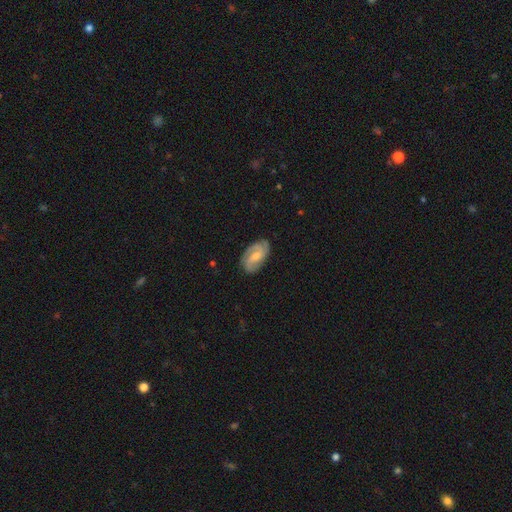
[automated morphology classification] This is likely a featured or disk galaxy (75%). It is clearly not viewed edge-on (96%). Bar: possibly weak (47%). Spiral arm pattern: clearly yes (95%). Spiral arm count: possibly 2 (46%). Spiral winding: marginally medium (43%). Central bulge: possibly moderate (46%). Merging: likely none (79%).